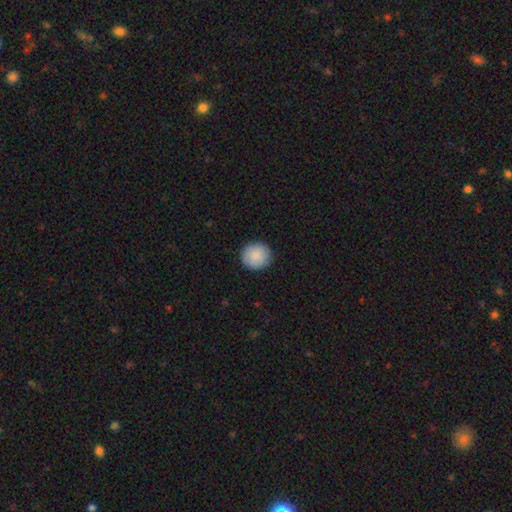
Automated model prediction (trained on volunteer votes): The model was most divided on "merging": none: 89%, minor disturbance: 8%, major disturbance: 2%, merger: 1%. More confident: how rounded — round (91%); smooth or featured — smooth (88%).